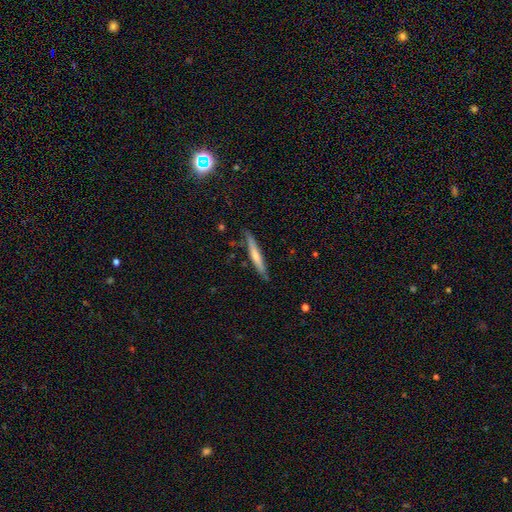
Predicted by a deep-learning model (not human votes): The model was most divided on "smooth or featured": smooth: 56%, featured or disk: 38%, star or artifact: 5%. More confident: how rounded — cigar-shaped (94%); merging — none (81%).